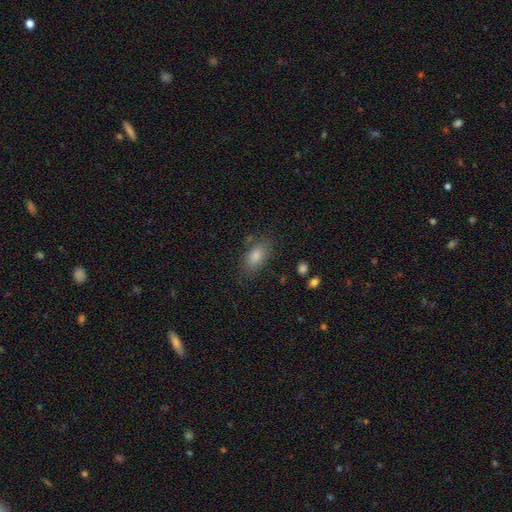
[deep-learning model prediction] smooth 77%, star or artifact 12%, featured or disk 11%. Down the decision tree: how rounded — in between (86%); merging — none (78%).